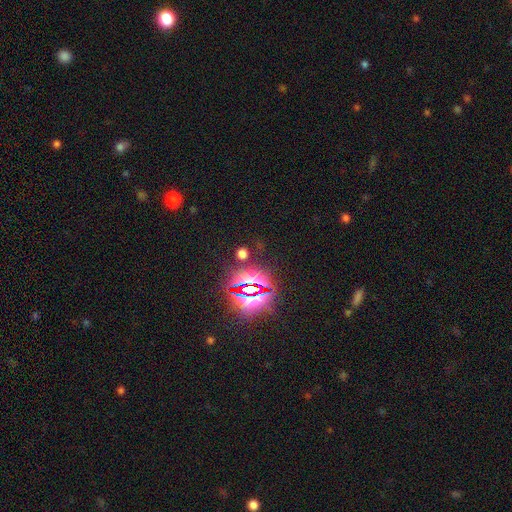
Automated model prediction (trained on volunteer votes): Smooth or featured? Predicted: star or artifact (p=0.82).